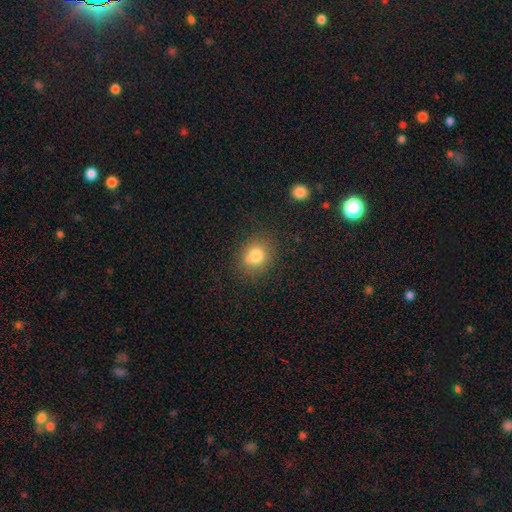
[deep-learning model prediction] Smooth or featured? smooth (78%)
How rounded? round (68%)
Merging? none (72%)